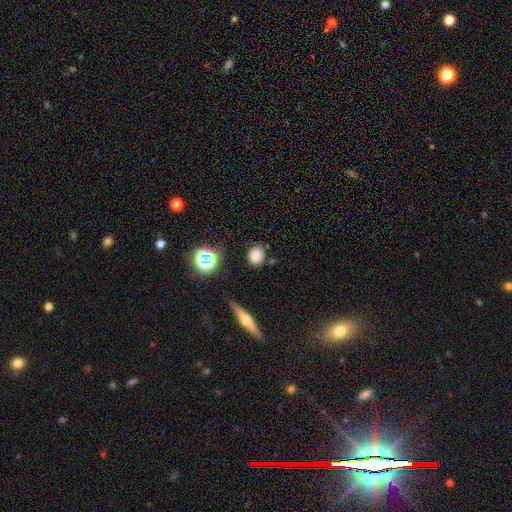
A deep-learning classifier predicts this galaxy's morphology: This appears to be a smooth galaxy with no disk features (78%) that is round (55%). Merging: none (82%).